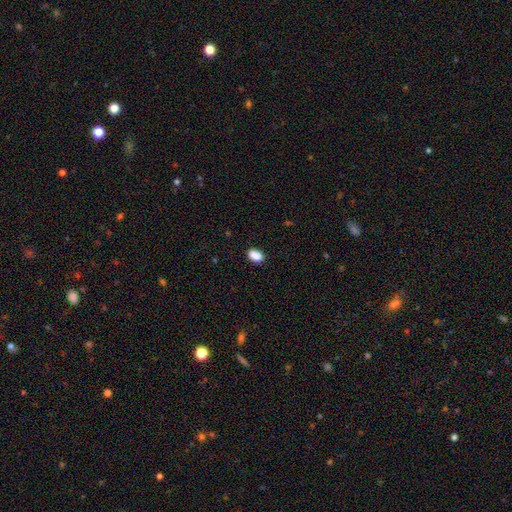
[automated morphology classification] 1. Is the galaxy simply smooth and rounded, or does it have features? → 81% smooth, 10% star or artifact, 8% featured or disk.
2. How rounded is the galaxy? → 79% in between, 19% round, 2% cigar-shaped.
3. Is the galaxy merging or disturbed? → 57% none, 19% minor disturbance, 18% merger, 6% major disturbance.